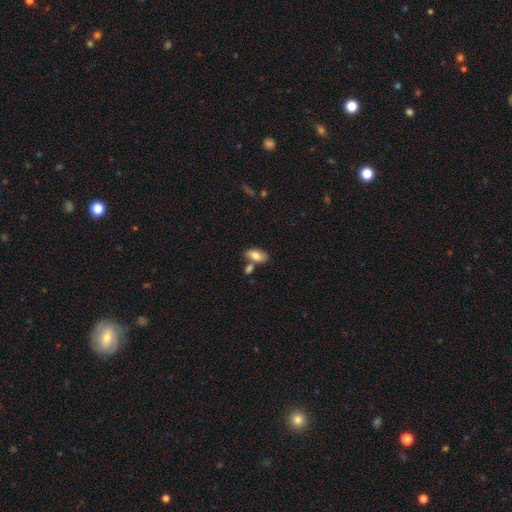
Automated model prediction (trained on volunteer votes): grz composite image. It shows a smooth galaxy with no disk features (80%) that is in between round and cigar-shaped (92%). Merging: none (59%).